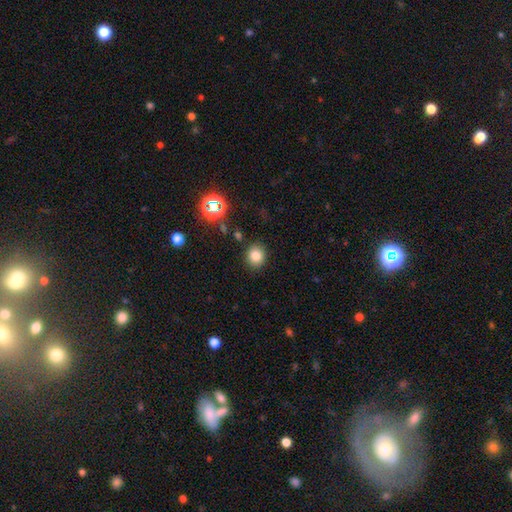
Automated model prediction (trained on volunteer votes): Smooth or featured: smooth — 80% (star or artifact — 14%)
How rounded: round — 74% (in between — 25%)
Merging: none — 87% (minor disturbance — 8%)